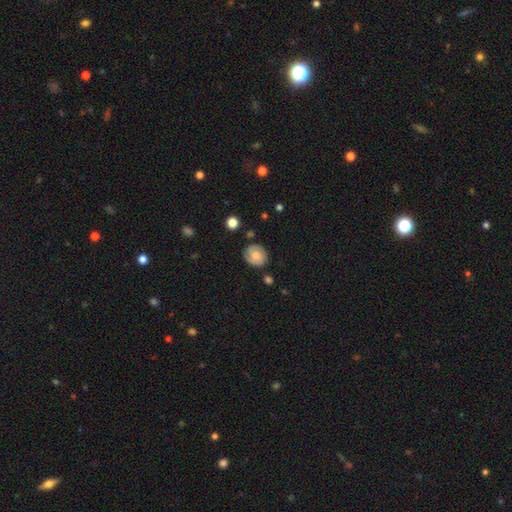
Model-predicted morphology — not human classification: Overall: smooth (47%; featured or disk 45%). Merging: none (75%).